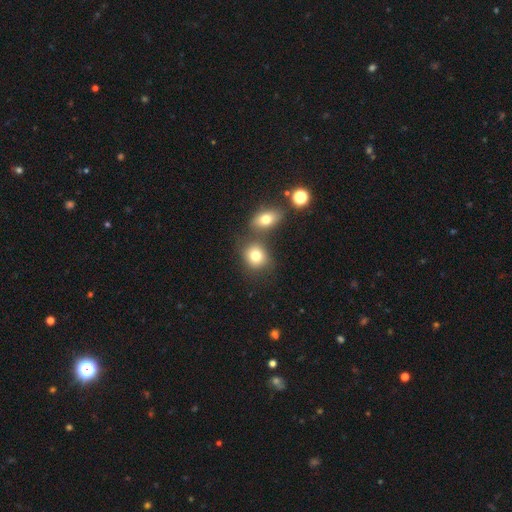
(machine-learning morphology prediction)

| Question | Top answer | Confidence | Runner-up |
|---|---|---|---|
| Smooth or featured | smooth | 79% | star or artifact (11%) |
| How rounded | round | 65% | in between (33%) |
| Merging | none | 60% | merger (24%) |